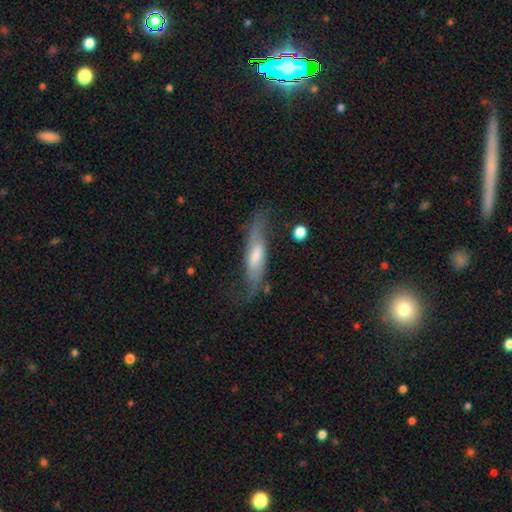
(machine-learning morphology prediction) type=featured or disk (60%); edge-on=no (59%); merging=none (59%).